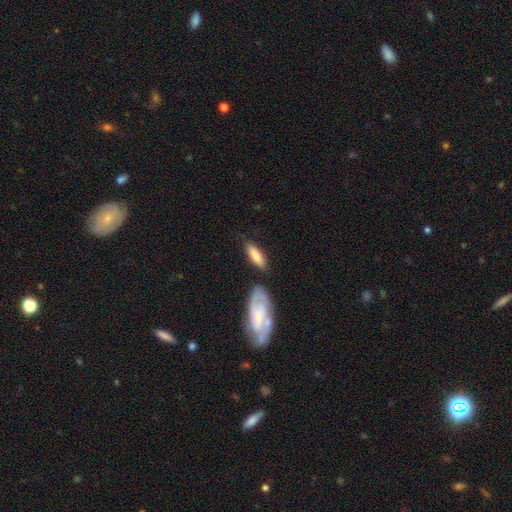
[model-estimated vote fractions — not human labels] Morphology: type=smooth (76%); roundness=in between (54%); merging=none (71%).